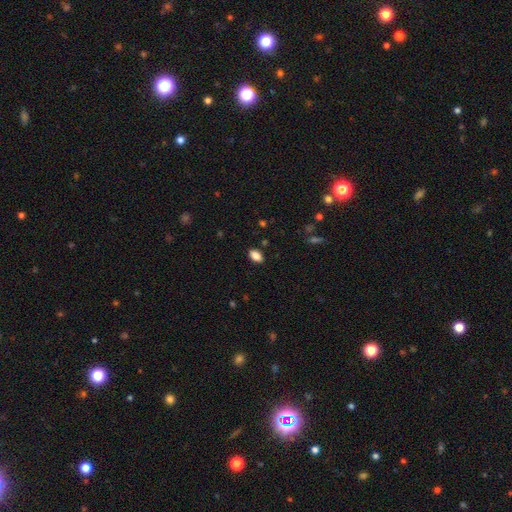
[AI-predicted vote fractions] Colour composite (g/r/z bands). It shows a smooth galaxy with no disk features (86%) that is in between round and cigar-shaped (91%). Merging: none (88%).